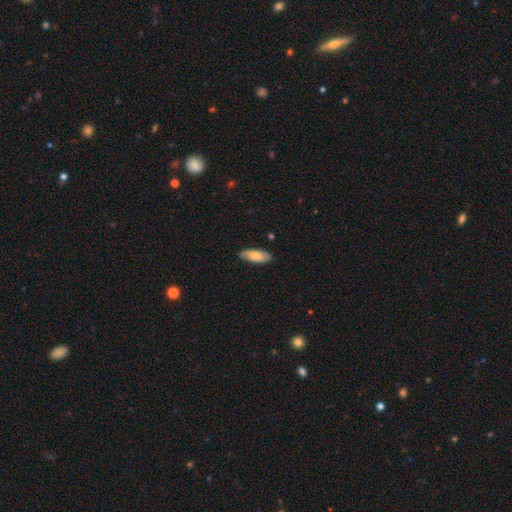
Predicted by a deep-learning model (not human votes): A smooth galaxy with no disk features (79%) that is in between round and cigar-shaped (74%). Merging: none (84%).